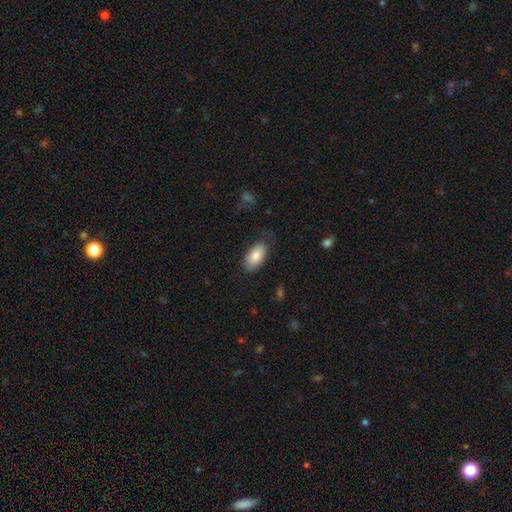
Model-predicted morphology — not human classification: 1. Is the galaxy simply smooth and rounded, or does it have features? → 85% smooth, 9% featured or disk, 6% star or artifact.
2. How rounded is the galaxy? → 94% in between, 3% cigar-shaped, 3% round.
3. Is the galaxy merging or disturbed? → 76% none, 18% minor disturbance, 5% major disturbance, 1% merger.